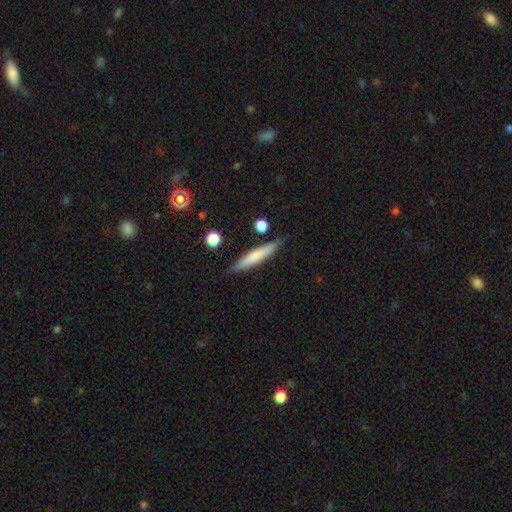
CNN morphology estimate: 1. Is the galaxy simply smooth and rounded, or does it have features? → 67% smooth, 27% featured or disk, 6% star or artifact.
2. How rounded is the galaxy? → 91% cigar-shaped, 8% in between, 1% round.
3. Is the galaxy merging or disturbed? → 84% none, 11% minor disturbance, 3% merger, 2% major disturbance.